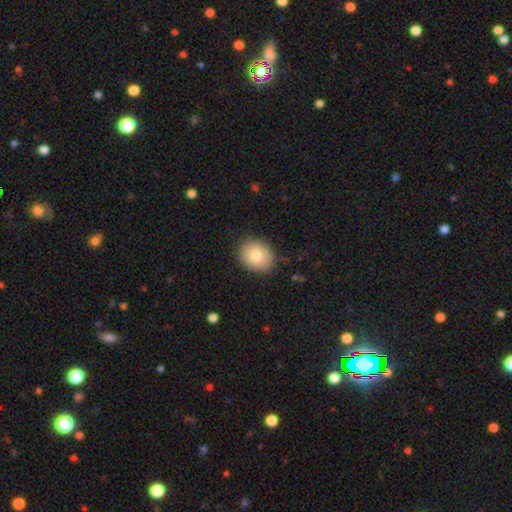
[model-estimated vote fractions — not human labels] Morphology: type=smooth (82%); roundness=round (58%); merging=none (86%).